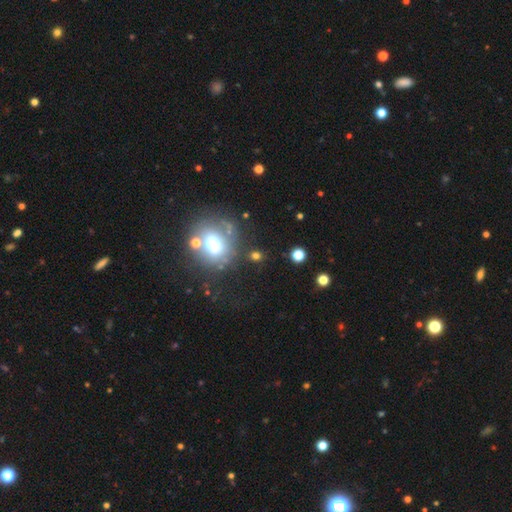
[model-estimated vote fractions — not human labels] Smooth or featured? smooth (62%)
How rounded? round (75%)
Merging? none (69%)